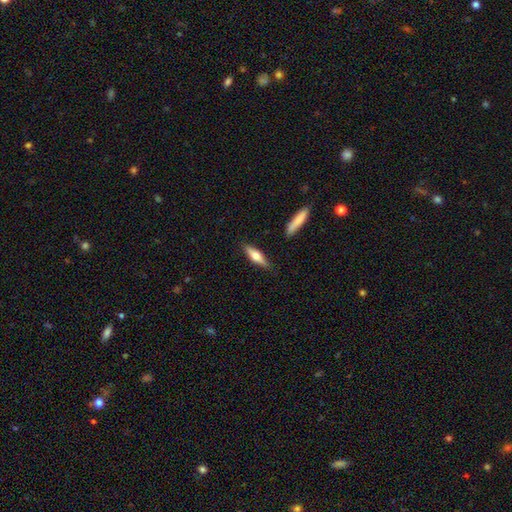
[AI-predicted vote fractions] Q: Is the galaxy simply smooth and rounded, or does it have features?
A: smooth — 54%.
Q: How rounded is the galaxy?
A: cigar-shaped — 67%.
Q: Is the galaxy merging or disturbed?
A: none — 85%.